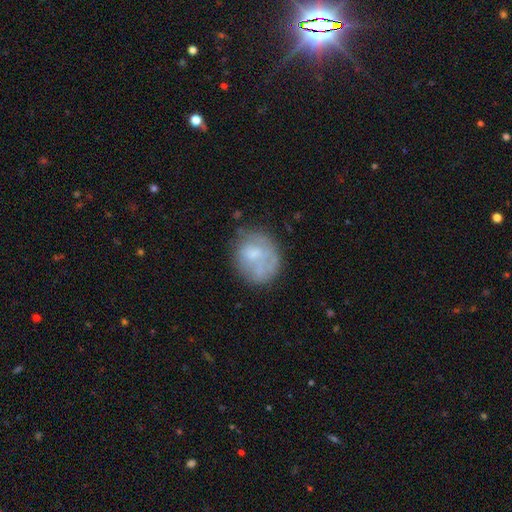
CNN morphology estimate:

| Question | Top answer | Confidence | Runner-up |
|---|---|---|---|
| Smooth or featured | smooth | 53% | featured or disk (37%) |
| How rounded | round | 72% | in between (27%) |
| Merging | none | 55% | minor disturbance (25%) |